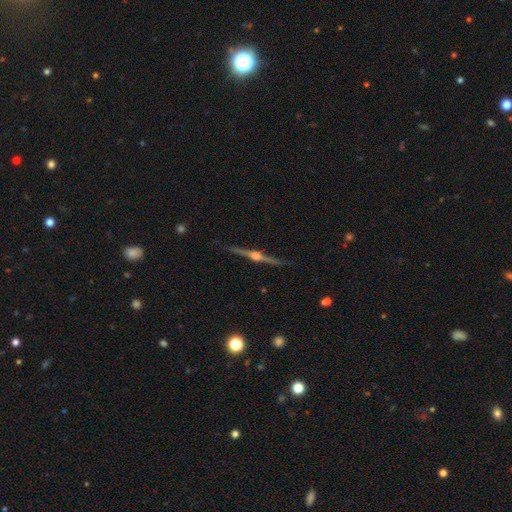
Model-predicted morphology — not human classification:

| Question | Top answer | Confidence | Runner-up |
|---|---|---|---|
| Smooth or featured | featured or disk | 88% | smooth (6%) |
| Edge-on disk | yes | 99% | no (1%) |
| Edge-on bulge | rounded | 95% | boxy (4%) |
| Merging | none | 90% | minor disturbance (7%) |